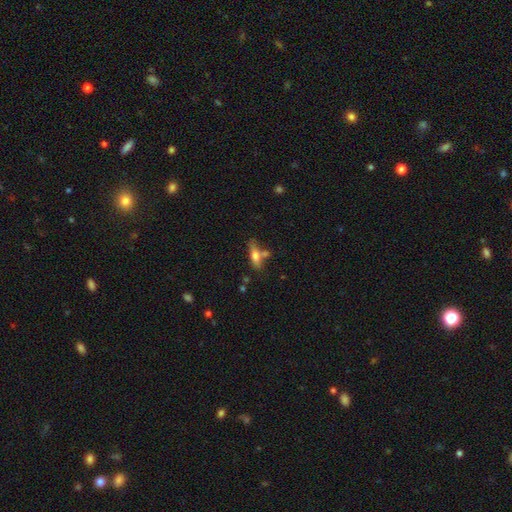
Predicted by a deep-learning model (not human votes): Overall: smooth (59%; featured or disk 33%). How rounded: cigar-shaped (52%; in between 45%). Merging: none (55%; merger 21%).